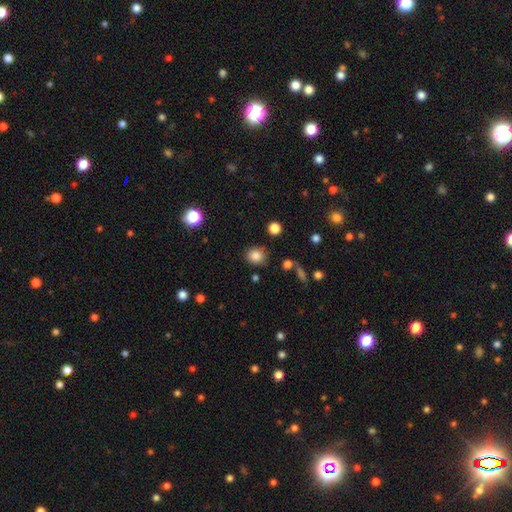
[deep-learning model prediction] Smooth or featured? Predicted: smooth (p=0.84). How rounded? Predicted: round (p=0.76). Merging? Predicted: none (p=0.84).